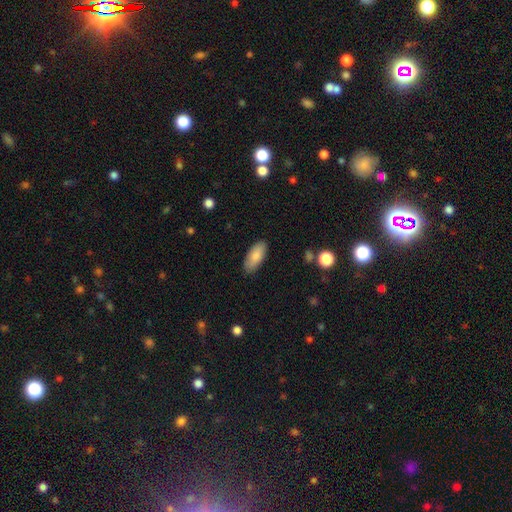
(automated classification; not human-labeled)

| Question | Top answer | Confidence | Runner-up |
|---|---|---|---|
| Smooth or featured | smooth | 85% | featured or disk (9%) |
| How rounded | in between | 85% | cigar-shaped (13%) |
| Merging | none | 86% | minor disturbance (11%) |